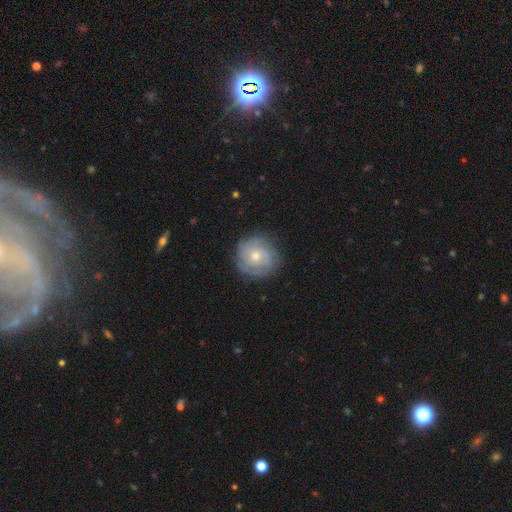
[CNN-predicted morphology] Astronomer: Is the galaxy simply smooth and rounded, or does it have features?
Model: featured or disk — 60%.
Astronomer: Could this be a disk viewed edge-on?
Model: no — 97%.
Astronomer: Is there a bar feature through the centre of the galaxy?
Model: no — 80%.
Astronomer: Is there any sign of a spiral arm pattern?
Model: yes — 84%.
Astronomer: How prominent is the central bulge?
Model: moderate — 51% (runner-up: small, 45%).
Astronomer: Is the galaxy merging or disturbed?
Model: none — 83%.